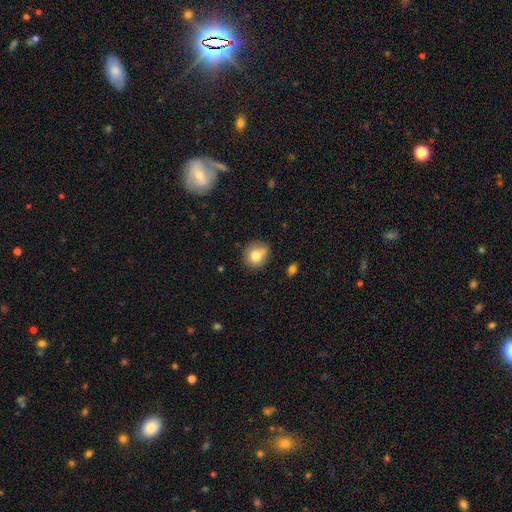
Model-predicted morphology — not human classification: smooth_or_featured: smooth (p=0.75) [alt: featured or disk p=0.14]
how_rounded: round (p=0.82) [alt: in between p=0.17]
merging: none (p=0.61) [alt: minor disturbance p=0.21]